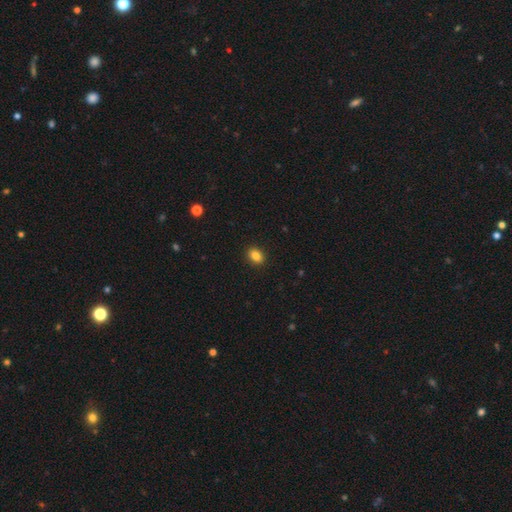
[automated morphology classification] smooth 86%, star or artifact 10%, featured or disk 4%. Down the decision tree: how rounded — in between (71%); merging — none (90%).